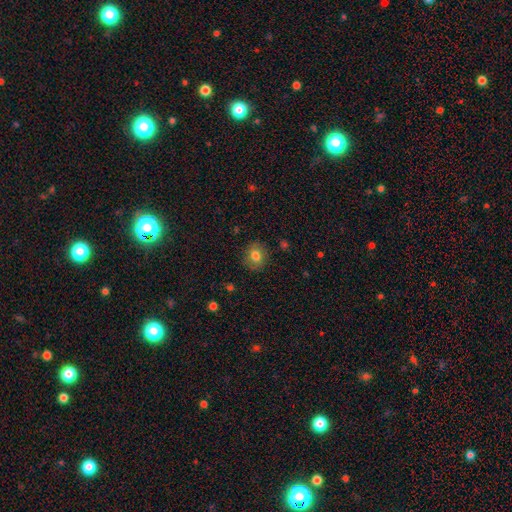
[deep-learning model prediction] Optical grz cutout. It shows a smooth galaxy with no disk features (78%) that is round (73%). Merging: none (86%).